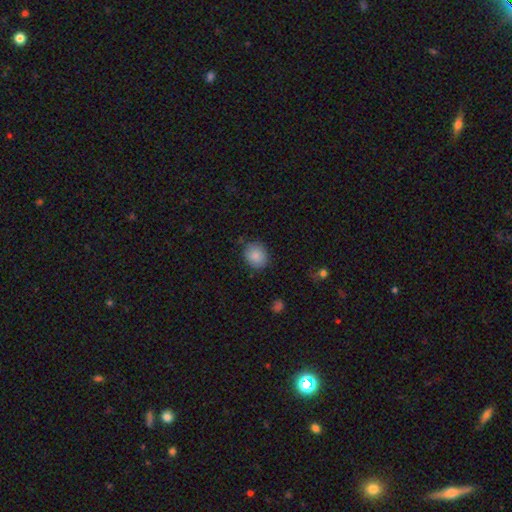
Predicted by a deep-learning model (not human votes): Smooth or featured?
  - smooth: 86% *
  - star or artifact: 8%
  - featured or disk: 5%
How rounded?
  - round: 66% *
  - in between: 33%
  - cigar-shaped: 1%
Merging?
  - none: 81% *
  - minor disturbance: 14%
  - major disturbance: 3%
  - merger: 2%